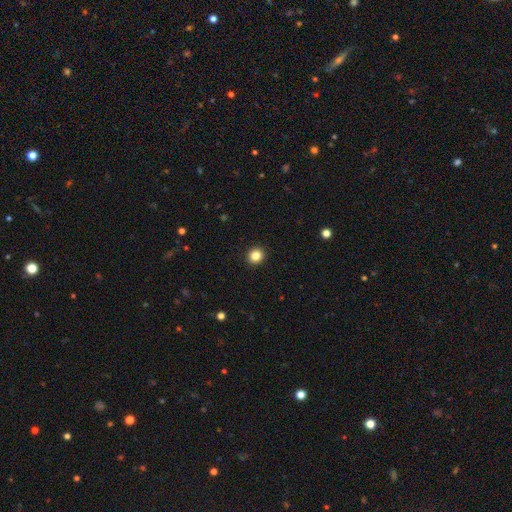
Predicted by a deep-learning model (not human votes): smooth 85%, star or artifact 11%, featured or disk 4%. Down the decision tree: how rounded — round (88%); merging — none (93%).